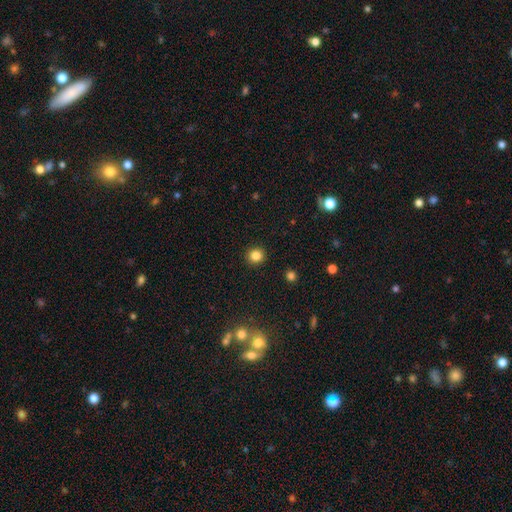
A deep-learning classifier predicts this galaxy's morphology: Smooth or featured: smooth — 83% (star or artifact — 12%)
How rounded: round — 91% (in between — 8%)
Merging: none — 92% (minor disturbance — 5%)